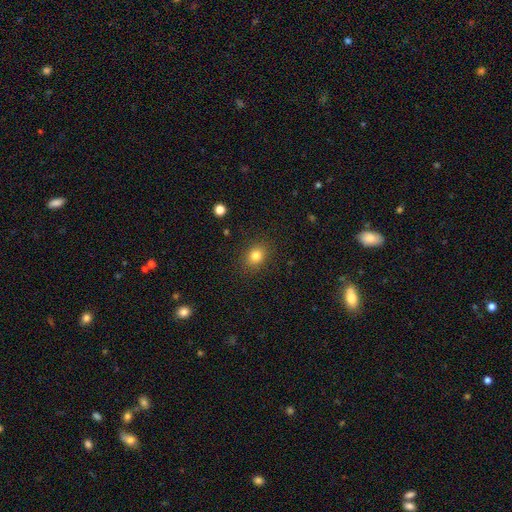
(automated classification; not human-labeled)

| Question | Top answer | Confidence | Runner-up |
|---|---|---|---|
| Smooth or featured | smooth | 81% | star or artifact (11%) |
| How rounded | round | 55% | in between (44%) |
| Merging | none | 87% | minor disturbance (9%) |